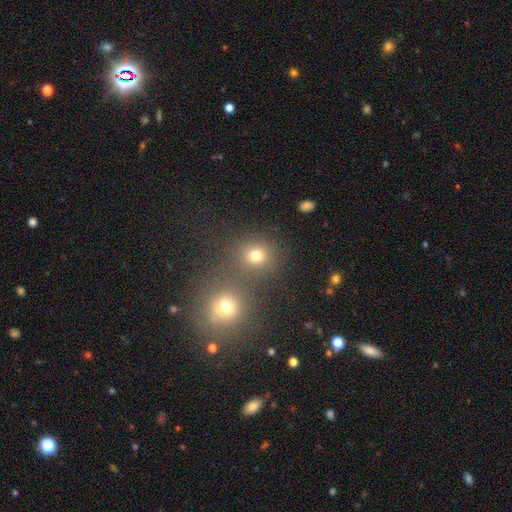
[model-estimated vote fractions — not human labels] Smooth or featured? Predicted: smooth (p=0.73). How rounded? Predicted: round (p=0.83). Merging? Predicted: none (p=0.66).